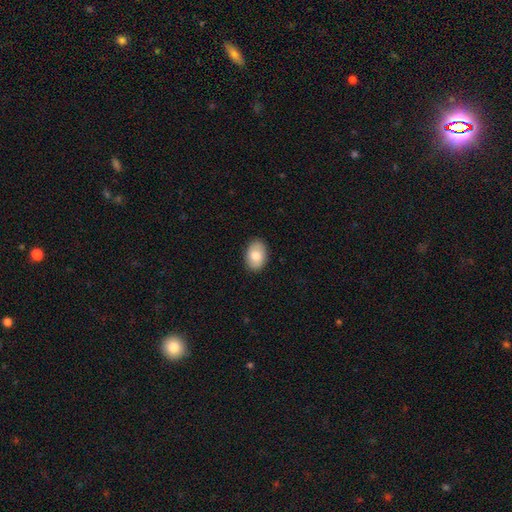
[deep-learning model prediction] Overall: smooth (81%). How rounded: in between (85%). Merging: none (89%).